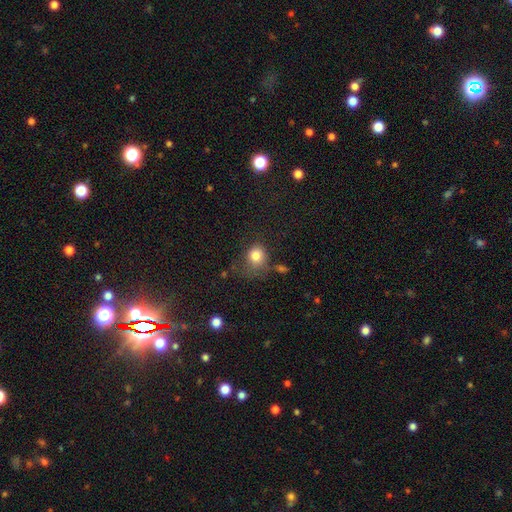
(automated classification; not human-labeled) smooth_or_featured: smooth (p=0.81) [alt: star or artifact p=0.11]
how_rounded: round (p=0.68) [alt: in between p=0.31]
merging: none (p=0.48) [alt: minor disturbance p=0.28]